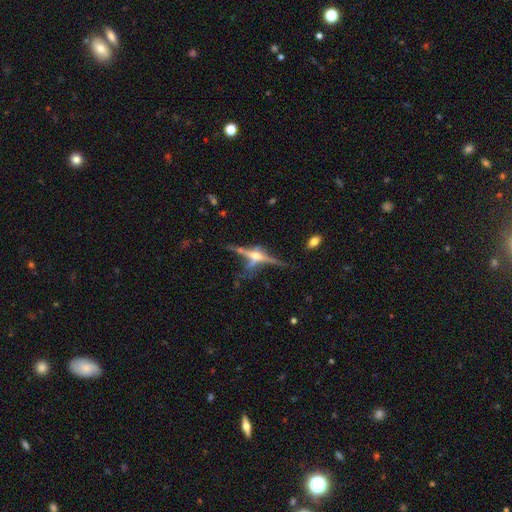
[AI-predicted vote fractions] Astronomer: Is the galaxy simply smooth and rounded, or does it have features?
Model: featured or disk — 77%.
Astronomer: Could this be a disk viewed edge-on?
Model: yes — 92%.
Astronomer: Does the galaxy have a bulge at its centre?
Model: rounded — 89%.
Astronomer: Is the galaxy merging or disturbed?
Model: none — 65%.